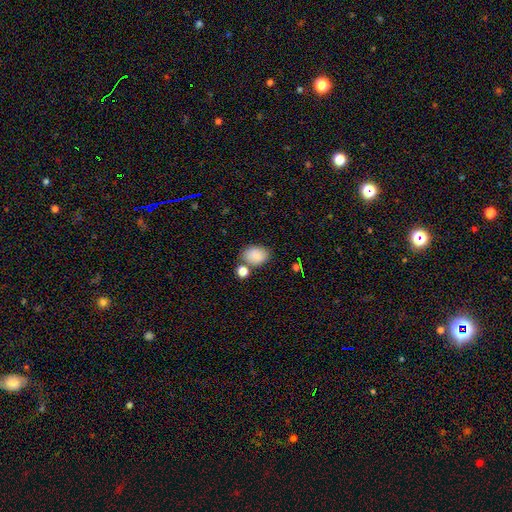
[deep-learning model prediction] Smooth or featured? smooth (84%)
How rounded? in between (80%)
Merging? none (68%)